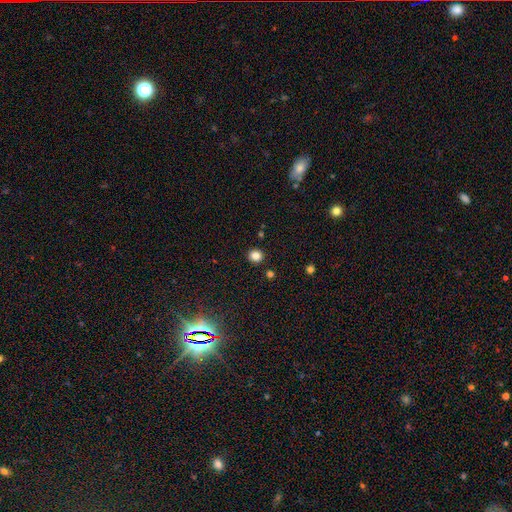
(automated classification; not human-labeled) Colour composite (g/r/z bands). It shows a smooth galaxy with no disk features (83%) that is round (88%). Merging: none (91%).